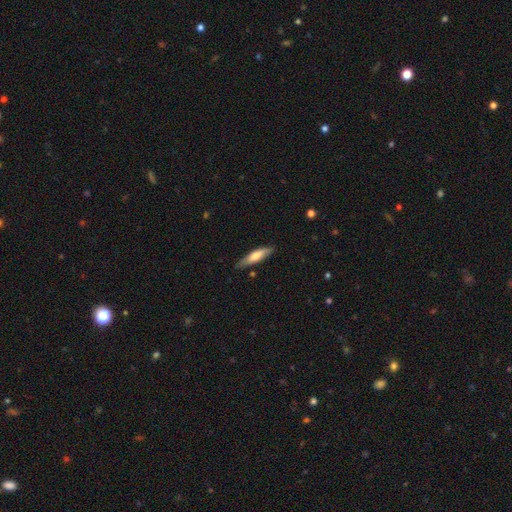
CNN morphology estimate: smooth_or_featured: smooth (p=0.63) [alt: featured or disk p=0.32]
how_rounded: cigar-shaped (p=0.74) [alt: in between p=0.24]
merging: none (p=0.81) [alt: minor disturbance p=0.15]